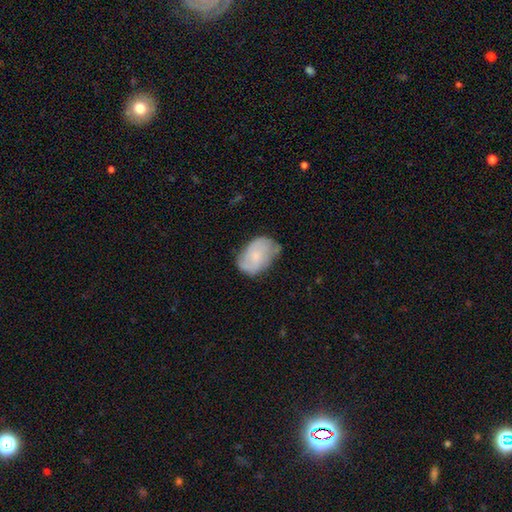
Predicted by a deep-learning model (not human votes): A smooth galaxy with no disk features (48%). Merging: none (54%).